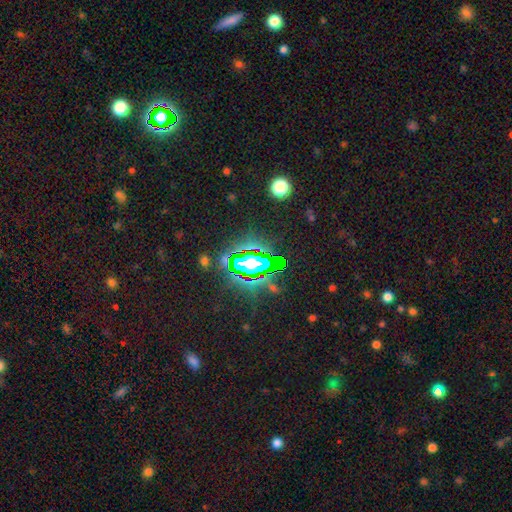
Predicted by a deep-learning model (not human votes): Morphology: type=star or artifact (62%).